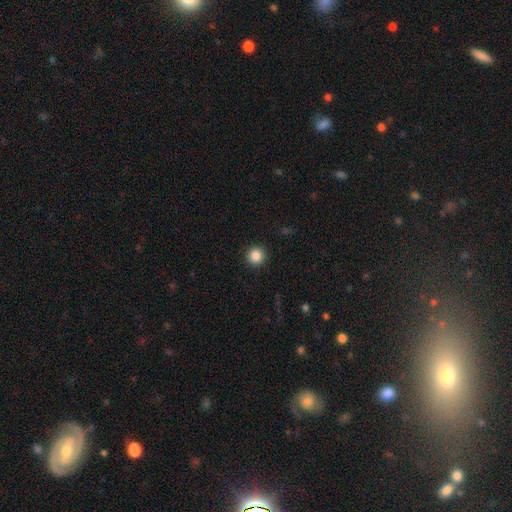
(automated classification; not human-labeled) A smooth galaxy with no disk features (87%) that is round (96%).

Vote fractions:
- Smooth or featured? smooth: 87% / star or artifact: 10% / featured or disk: 4%
- How rounded? round: 96% / in between: 3% / cigar-shaped: 1%
- Merging? none: 93% / minor disturbance: 5% / major disturbance: 2% / merger: 1%